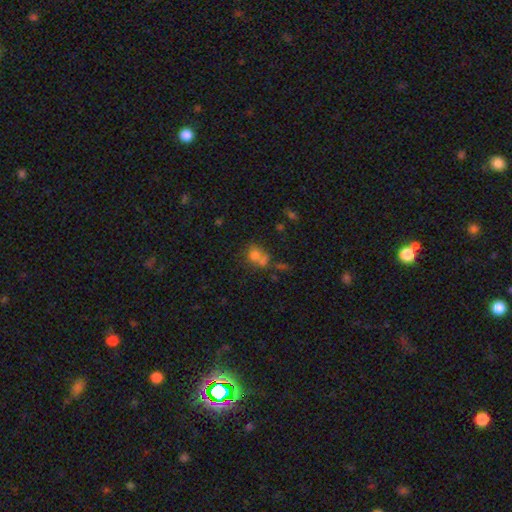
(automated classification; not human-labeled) smooth 68%, featured or disk 17%, star or artifact 15%. Down the decision tree: how rounded — round (68%); merging — merger (50%).